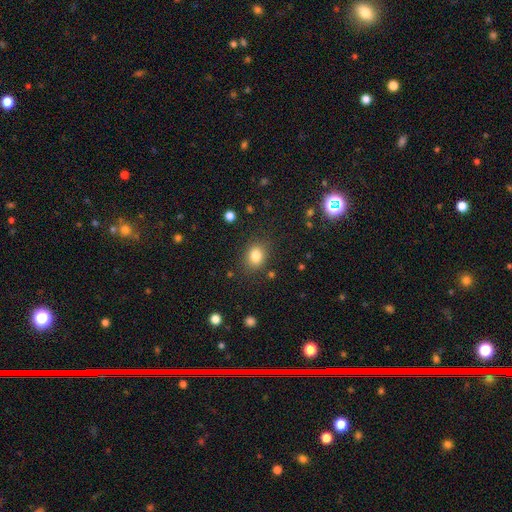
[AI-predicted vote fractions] Morphology: type=smooth (83%); roundness=round (50%); merging=none (83%).